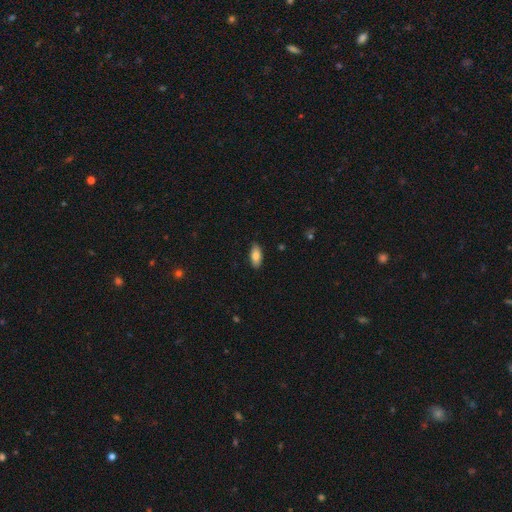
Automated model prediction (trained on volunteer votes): Overall: smooth (82%). How rounded: in between (87%). Merging: none (87%).